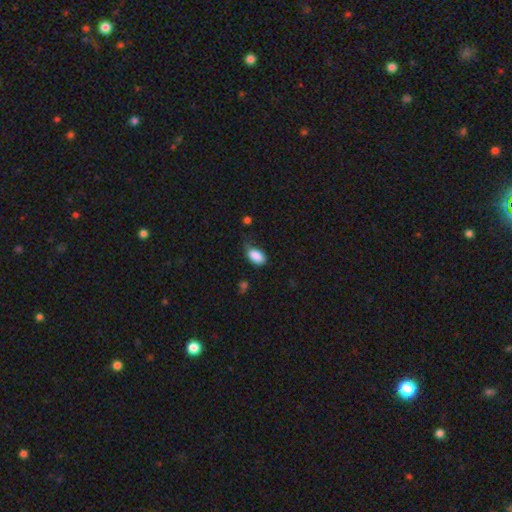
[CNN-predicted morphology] A smooth galaxy with no disk features (87%) that is in between round and cigar-shaped (91%).

Vote fractions:
- Smooth or featured? smooth: 87% / star or artifact: 8% / featured or disk: 5%
- How rounded? in between: 91% / round: 6% / cigar-shaped: 2%
- Merging? none: 50% / minor disturbance: 36% / major disturbance: 11% / merger: 3%